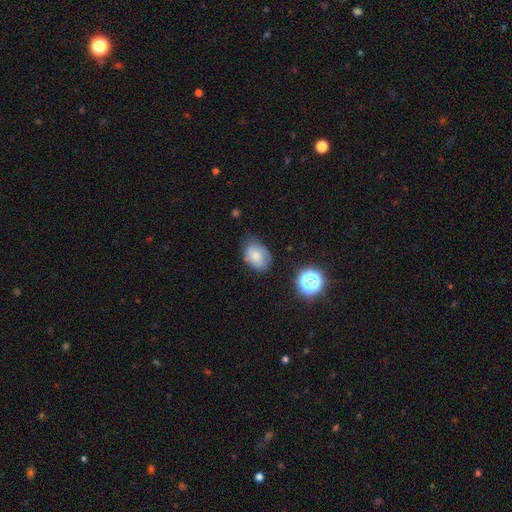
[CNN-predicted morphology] A smooth galaxy with no disk features (70%) that is in between round and cigar-shaped (76%).

Vote fractions:
- Smooth or featured? smooth: 70% / featured or disk: 19% / star or artifact: 11%
- How rounded? in between: 76% / round: 23% / cigar-shaped: 1%
- Merging? none: 62% / minor disturbance: 28% / major disturbance: 7% / merger: 2%